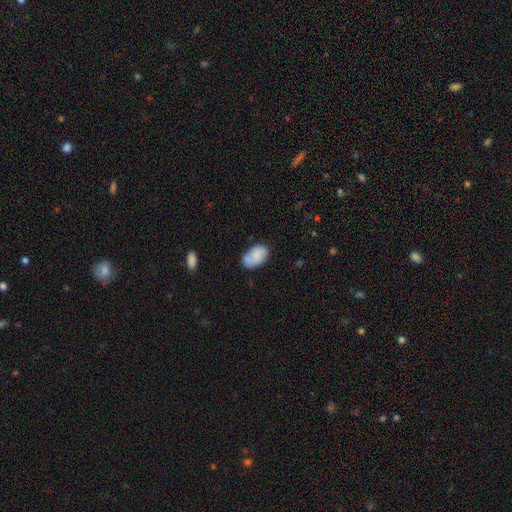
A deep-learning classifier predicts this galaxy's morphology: This appears to be a smooth galaxy with no disk features (72%) that is in between round and cigar-shaped (89%). Merging: none (52%).